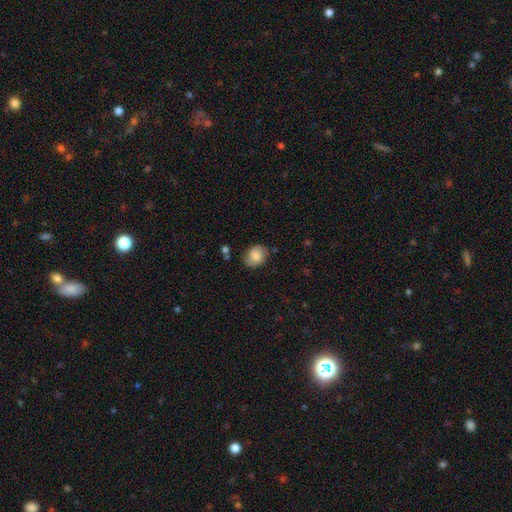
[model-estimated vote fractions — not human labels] Smooth or featured? smooth (75%)
How rounded? in between (53%)
Merging? none (76%)